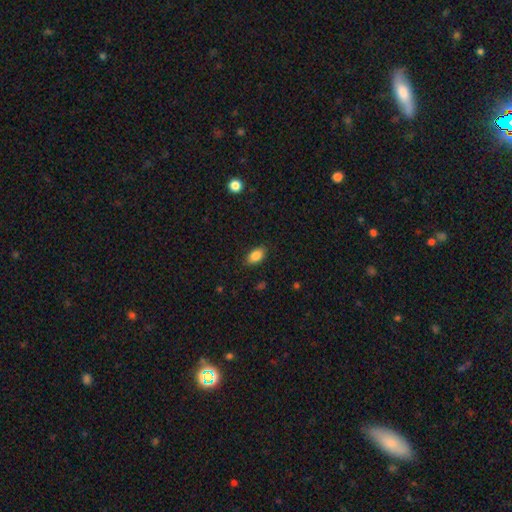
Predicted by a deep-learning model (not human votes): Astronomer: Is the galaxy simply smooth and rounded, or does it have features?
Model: smooth — 87%.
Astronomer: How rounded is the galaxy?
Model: in between — 90%.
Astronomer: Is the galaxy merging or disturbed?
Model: none — 86%.